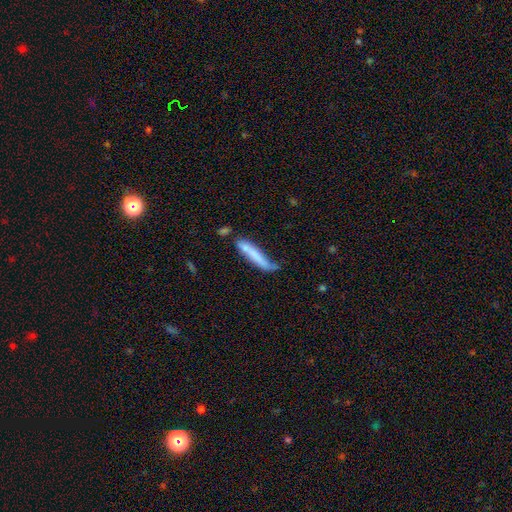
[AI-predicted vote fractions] Smooth or featured: smooth — 71% (featured or disk — 23%)
How rounded: cigar-shaped — 90% (in between — 9%)
Merging: none — 42% (minor disturbance — 32%)